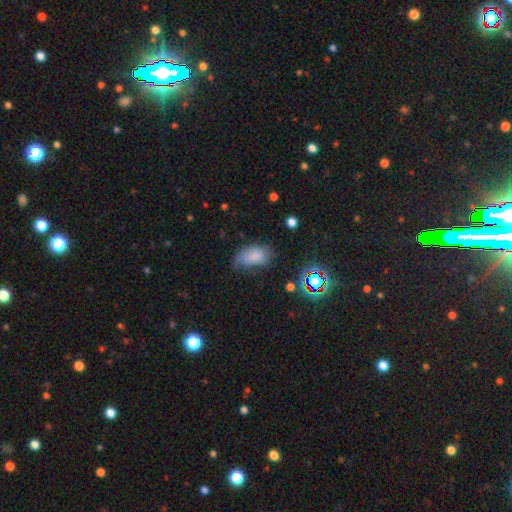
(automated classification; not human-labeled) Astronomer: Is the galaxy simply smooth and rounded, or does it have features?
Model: smooth — 73%.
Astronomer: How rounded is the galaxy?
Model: in between — 90%.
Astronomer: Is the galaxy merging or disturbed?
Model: none — 39% (runner-up: minor disturbance, 38%).